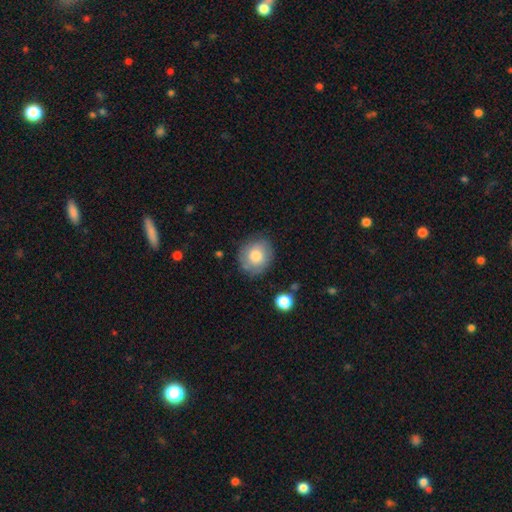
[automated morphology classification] Smooth or featured? smooth (73%)
How rounded? round (79%)
Merging? none (78%)